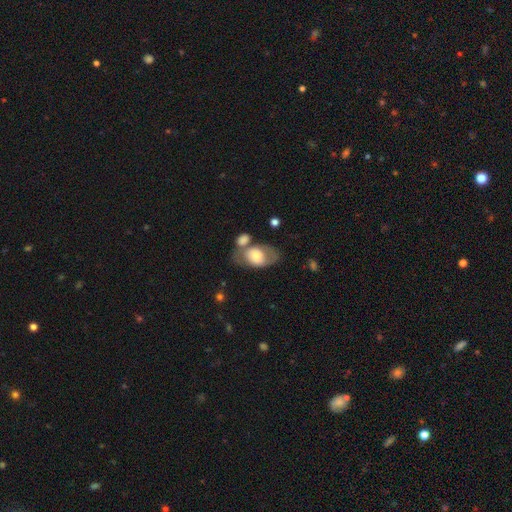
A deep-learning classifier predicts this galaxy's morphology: A smooth galaxy with no disk features (55%) that is in between round and cigar-shaped (81%). Merging: none (37%).